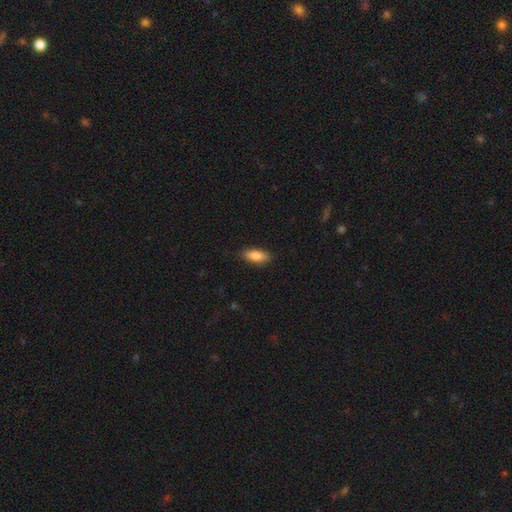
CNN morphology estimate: Smooth or featured: smooth — 84% (featured or disk — 9%)
How rounded: in between — 75% (cigar-shaped — 22%)
Merging: none — 85% (minor disturbance — 11%)